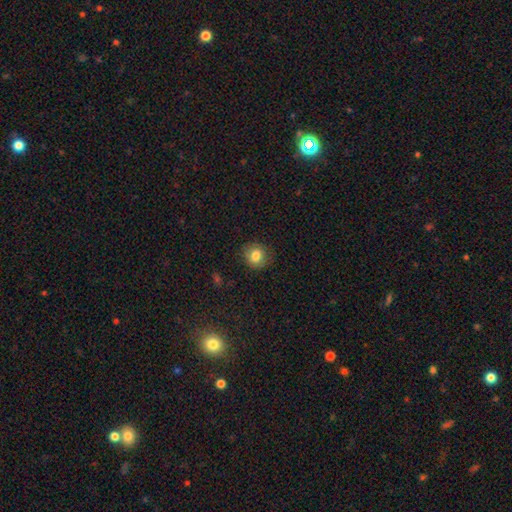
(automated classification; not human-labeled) A smooth galaxy with no disk features (82%) that is round (80%). Merging: none (84%).